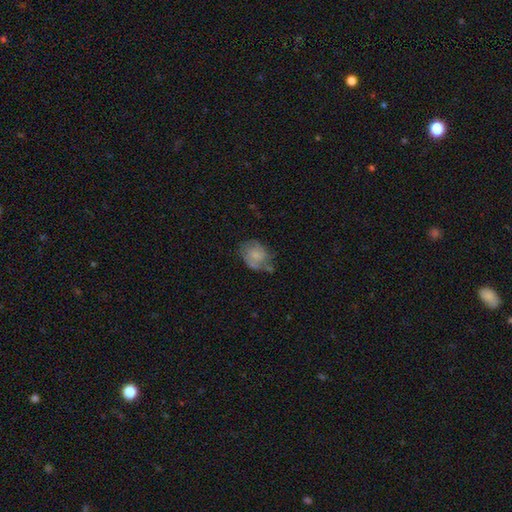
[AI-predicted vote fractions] A smooth galaxy with no disk features (50%) that is in between round and cigar-shaped (63%). Merging: none (44%).